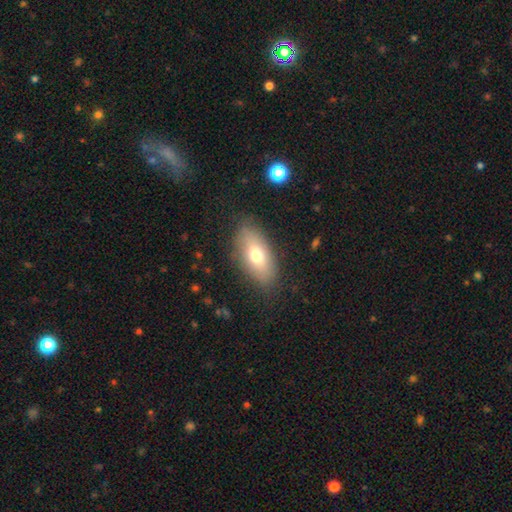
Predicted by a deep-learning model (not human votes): This appears to be a smooth galaxy with no disk features (69%) that is in between round and cigar-shaped (87%). Merging: none (81%).